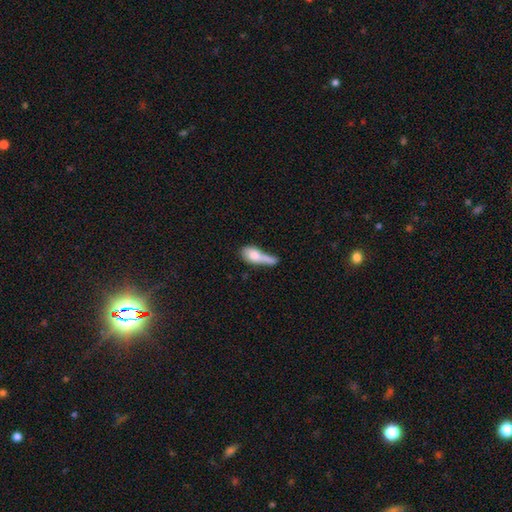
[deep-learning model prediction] smooth 72%, featured or disk 21%, star or artifact 8%. Down the decision tree: how rounded — in between (63%); merging — merger (43%).